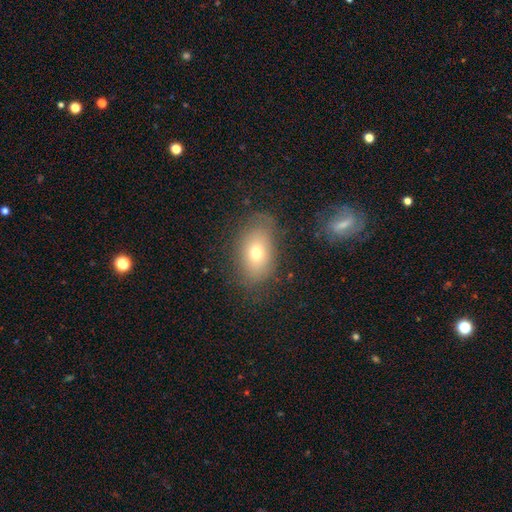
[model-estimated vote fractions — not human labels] Smooth or featured?
  - smooth: 69% *
  - featured or disk: 19%
  - star or artifact: 12%
How rounded?
  - in between: 82% *
  - round: 17%
  - cigar-shaped: 2%
Merging?
  - none: 72% *
  - minor disturbance: 18%
  - major disturbance: 8%
  - merger: 1%